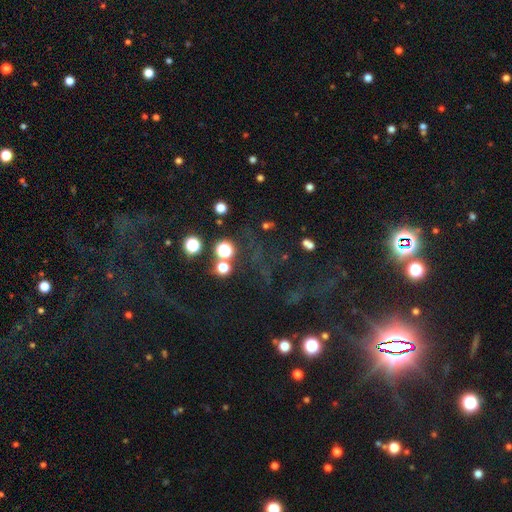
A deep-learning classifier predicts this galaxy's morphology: smooth_or_featured: star or artifact (p=0.79) [alt: smooth p=0.11]